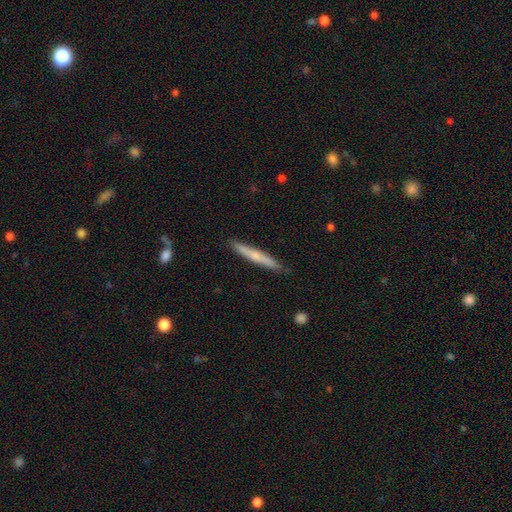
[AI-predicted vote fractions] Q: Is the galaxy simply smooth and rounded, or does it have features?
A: smooth — 53%.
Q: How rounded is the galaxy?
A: cigar-shaped — 95%.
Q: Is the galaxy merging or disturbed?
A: none — 88%.